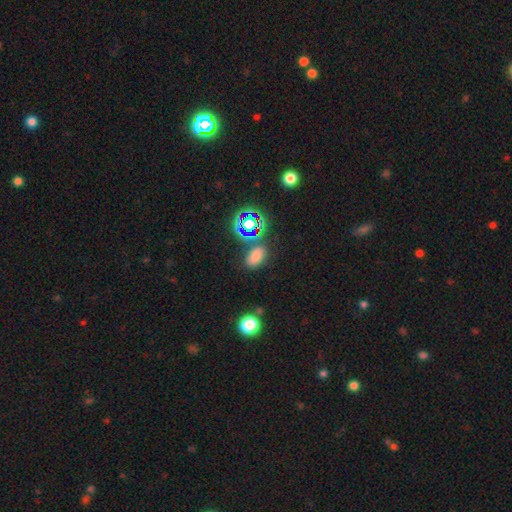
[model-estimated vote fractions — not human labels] Smooth or featured: smooth — 67% (star or artifact — 26%)
How rounded: in between — 88% (round — 10%)
Merging: none — 74% (minor disturbance — 13%)